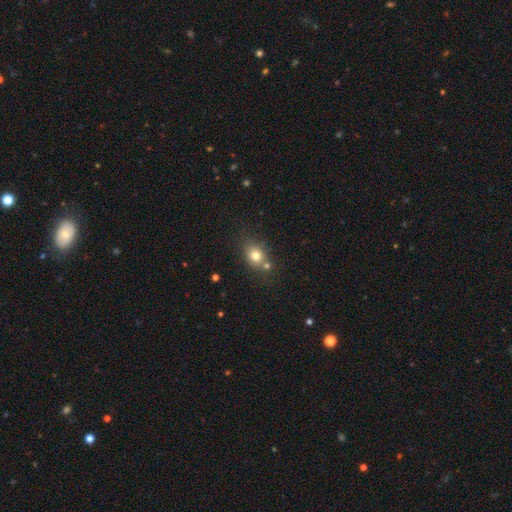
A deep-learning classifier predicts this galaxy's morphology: type=smooth (76%); roundness=round (53%); merging=none (60%).